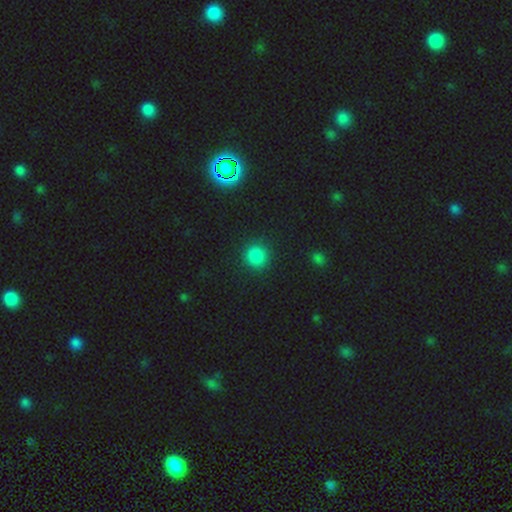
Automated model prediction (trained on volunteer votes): A smooth galaxy with no disk features (83%) that is round (93%).

Vote fractions:
- Smooth or featured? smooth: 83% / star or artifact: 13% / featured or disk: 3%
- How rounded? round: 93% / in between: 6% / cigar-shaped: 1%
- Merging? none: 91% / minor disturbance: 6% / major disturbance: 2% / merger: 1%